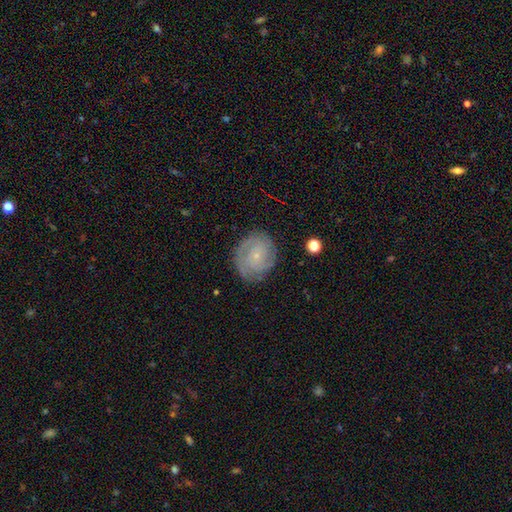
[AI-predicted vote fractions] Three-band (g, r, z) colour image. It shows a featured or disk galaxy (77%) with no bar (74%), 2 (36%) tight (71%) spiral arms (94%) and a small central bulge (83%). Merging: none (80%).